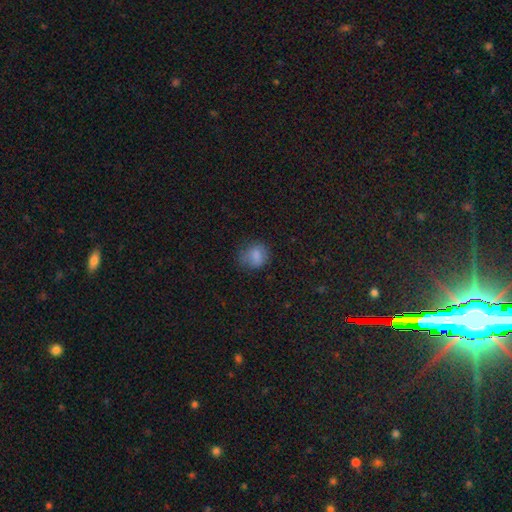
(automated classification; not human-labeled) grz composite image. It shows a smooth galaxy with no disk features (79%) that is round (68%). Merging: none (64%).